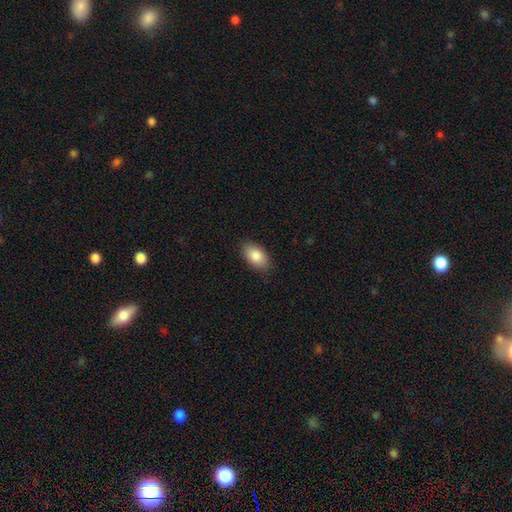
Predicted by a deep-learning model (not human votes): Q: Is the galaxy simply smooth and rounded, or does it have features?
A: smooth — 85%.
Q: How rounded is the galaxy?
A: in between — 93%.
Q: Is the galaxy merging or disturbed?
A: none — 84%.